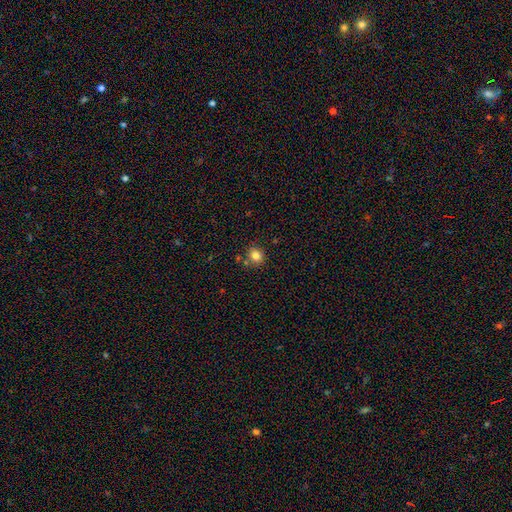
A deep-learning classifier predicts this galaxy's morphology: smooth_or_featured: smooth (p=0.82) [alt: star or artifact p=0.12]
how_rounded: round (p=0.83) [alt: in between p=0.16]
merging: none (p=0.80) [alt: minor disturbance p=0.10]